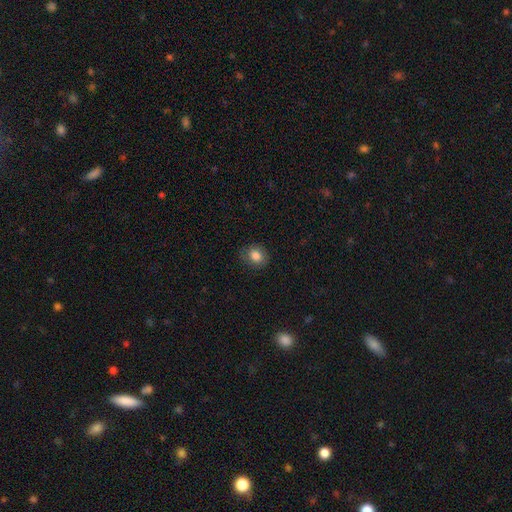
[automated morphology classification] A smooth galaxy with no disk features (82%) that is round (59%). Merging: none (82%).